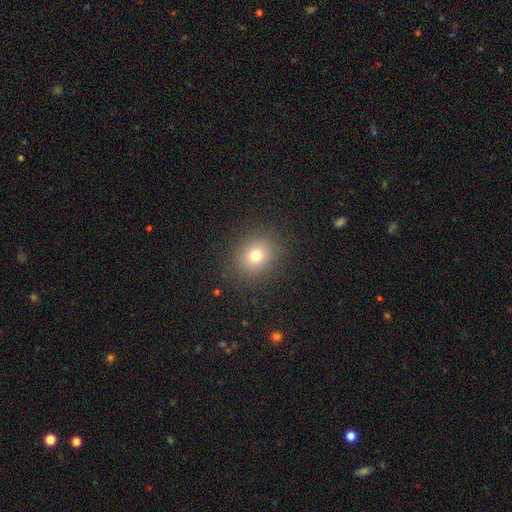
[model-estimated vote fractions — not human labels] This appears to be a smooth galaxy with no disk features (76%) that is round (70%). Merging: none (87%).